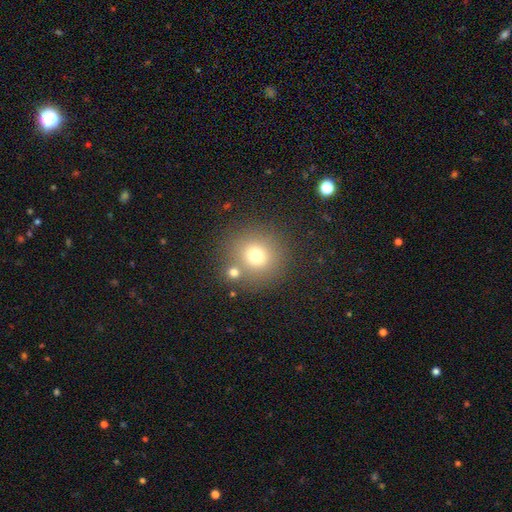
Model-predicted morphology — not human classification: smooth_or_featured: smooth (p=0.72) [alt: star or artifact p=0.16]
how_rounded: round (p=0.91) [alt: in between p=0.08]
merging: none (p=0.75) [alt: merger p=0.12]